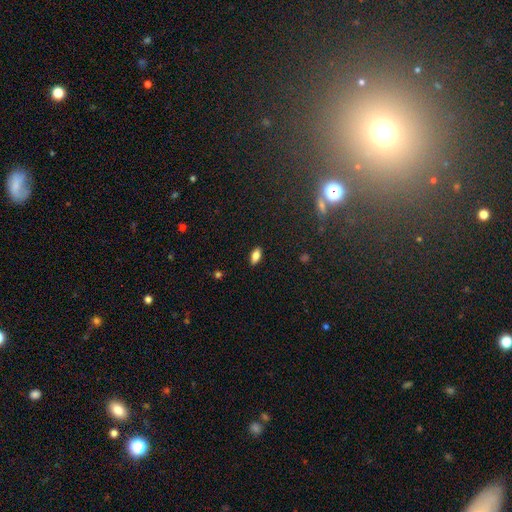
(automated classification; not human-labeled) smooth_or_featured: smooth (p=0.76) [alt: featured or disk p=0.15]
how_rounded: in between (p=0.87) [alt: cigar-shaped p=0.09]
merging: none (p=0.89) [alt: minor disturbance p=0.08]